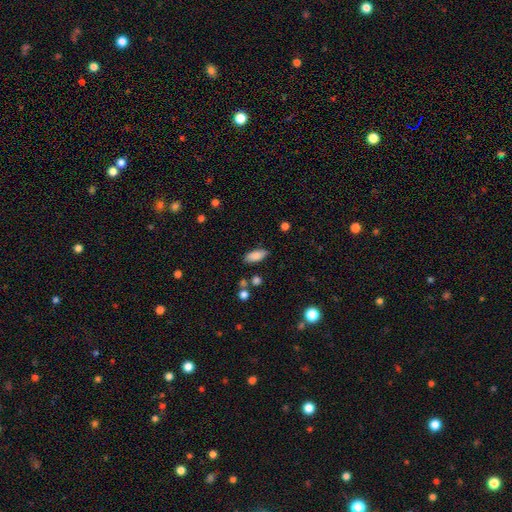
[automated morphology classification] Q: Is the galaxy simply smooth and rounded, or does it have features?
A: smooth — 86%.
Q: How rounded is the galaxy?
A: in between — 84%.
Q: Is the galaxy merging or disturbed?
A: none — 81%.